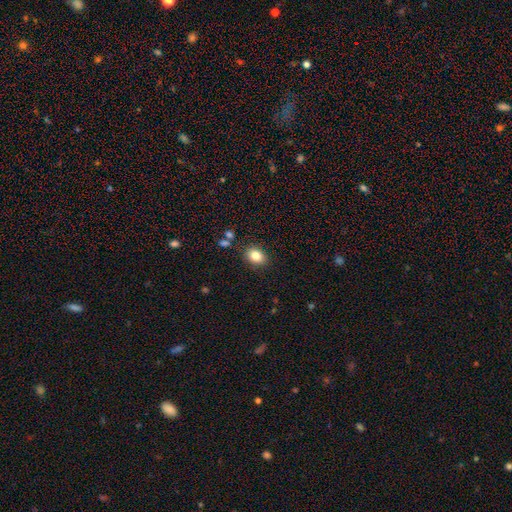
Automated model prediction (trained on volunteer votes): A smooth galaxy with no disk features (83%) that is in between round and cigar-shaped (62%). Merging: none (86%).